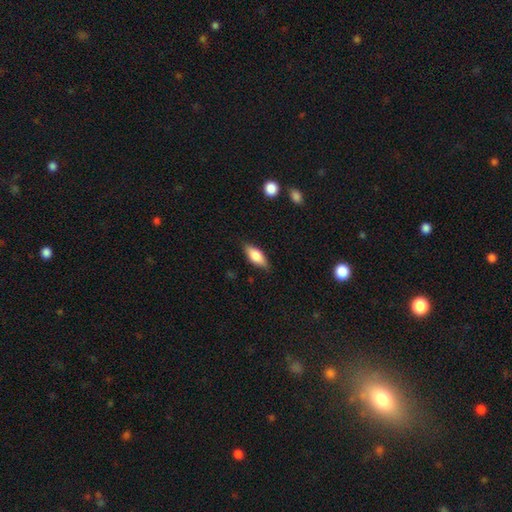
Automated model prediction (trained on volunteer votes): Smooth or featured? smooth (75%)
How rounded? in between (79%)
Merging? none (82%)